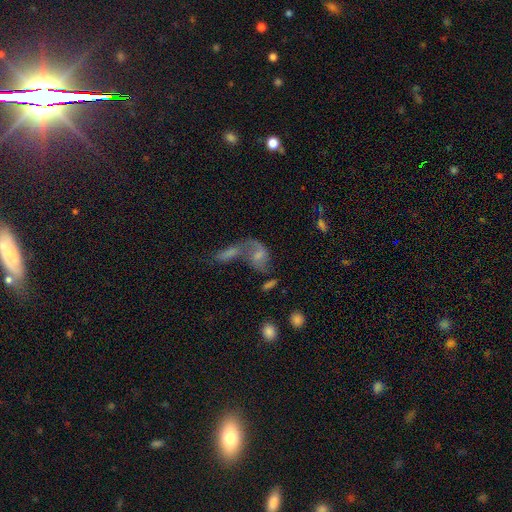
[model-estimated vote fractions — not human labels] smooth_or_featured: featured or disk (p=0.50) [alt: smooth p=0.34]
merging: merger (p=0.56) [alt: none p=0.22]